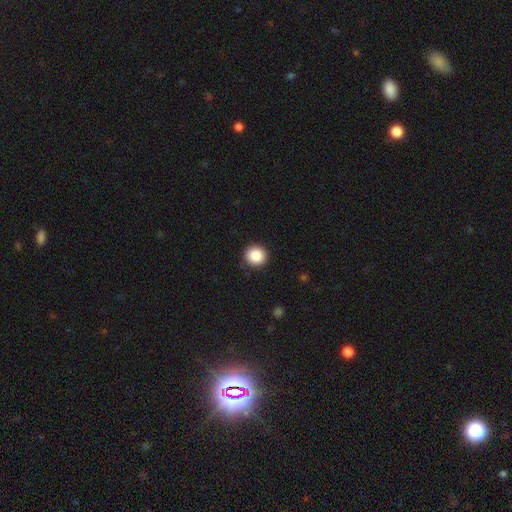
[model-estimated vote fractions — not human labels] smooth 86%, star or artifact 9%, featured or disk 5%. Down the decision tree: how rounded — round (91%); merging — none (90%).